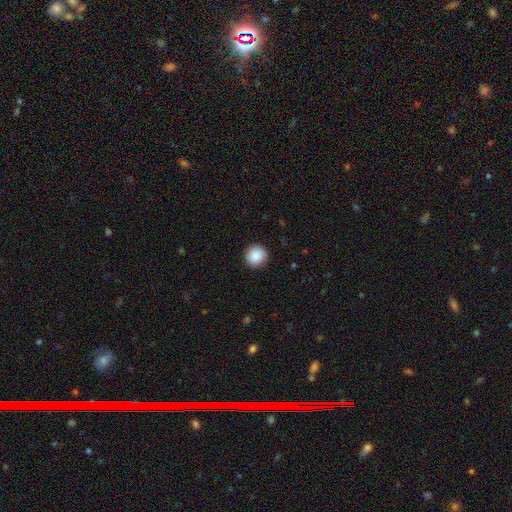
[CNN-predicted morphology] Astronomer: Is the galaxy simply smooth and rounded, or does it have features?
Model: smooth — 89%.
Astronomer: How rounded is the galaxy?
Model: round — 93%.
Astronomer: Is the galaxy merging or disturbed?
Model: none — 90%.